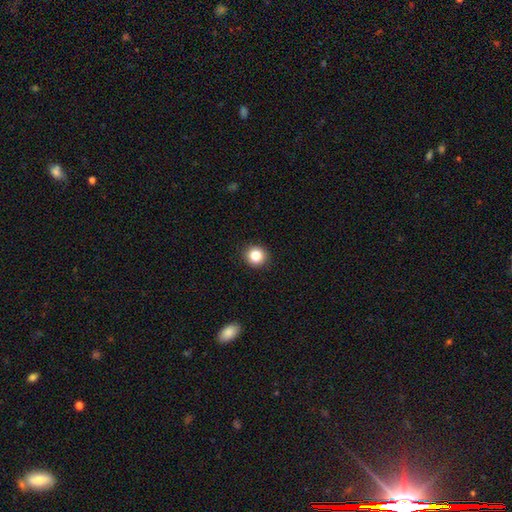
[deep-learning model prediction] The model was most divided on "smooth or featured": smooth: 85%, star or artifact: 10%, featured or disk: 5%. More confident: merging — none (92%); how rounded — round (92%).